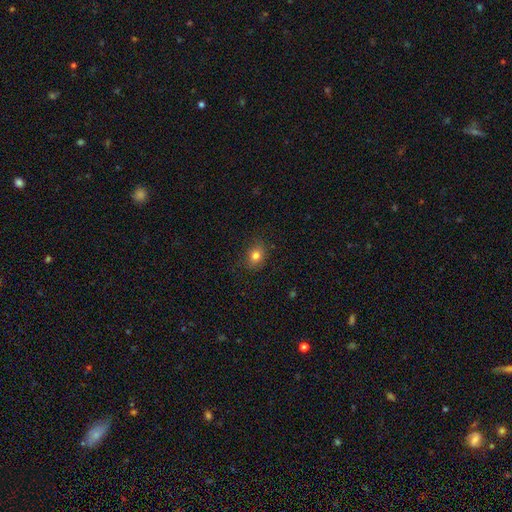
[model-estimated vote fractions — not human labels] Smooth or featured? smooth (80%)
How rounded? in between (55%)
Merging? none (82%)